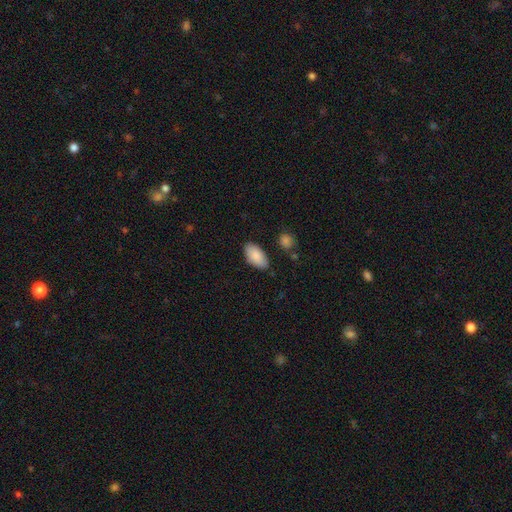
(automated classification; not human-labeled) Smooth or featured: smooth — 87% (featured or disk — 7%)
How rounded: in between — 95% (cigar-shaped — 3%)
Merging: none — 82% (minor disturbance — 13%)